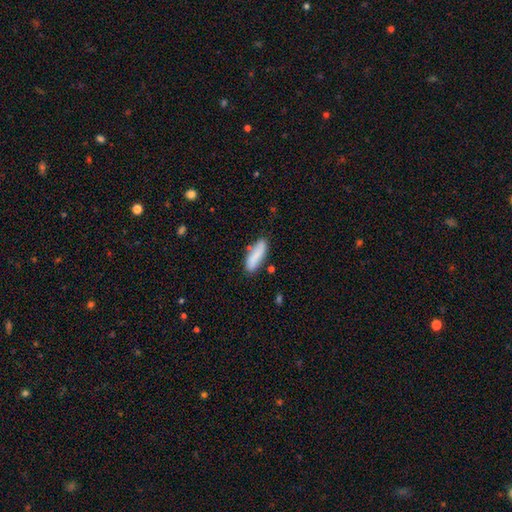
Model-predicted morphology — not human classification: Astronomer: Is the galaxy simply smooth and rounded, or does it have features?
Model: smooth — 81%.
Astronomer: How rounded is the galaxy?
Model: in between — 53% (runner-up: cigar-shaped, 45%).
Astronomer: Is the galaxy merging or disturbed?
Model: none — 76%.